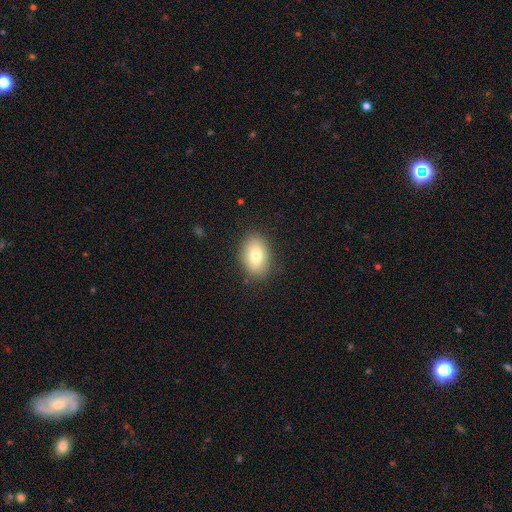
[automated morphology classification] This is likely a smooth galaxy (77%). How rounded: clearly in between (83%). Merging: clearly none (85%).